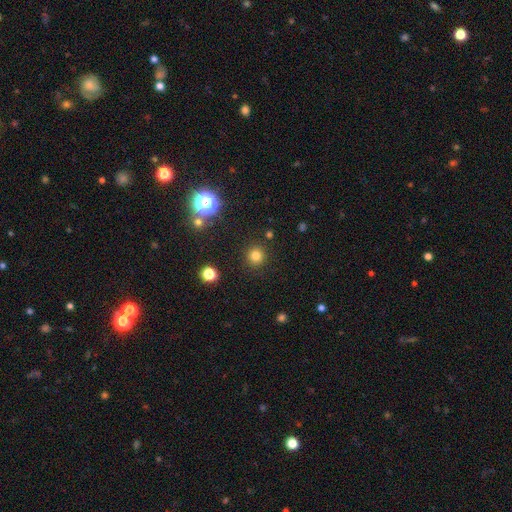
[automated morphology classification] Overall: smooth (79%). How rounded: round (94%). Merging: none (90%).